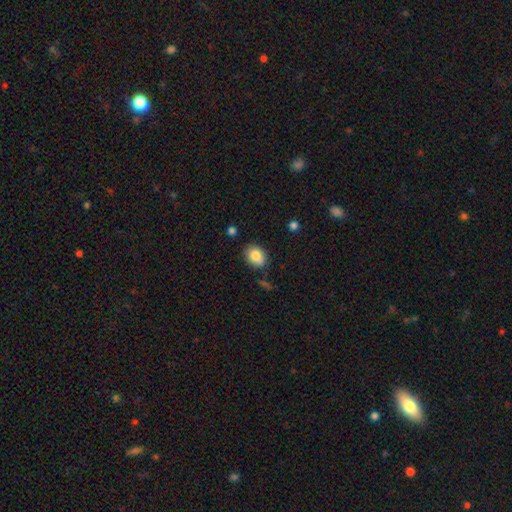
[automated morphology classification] Smooth or featured?
  - smooth: 82% *
  - featured or disk: 9%
  - star or artifact: 9%
How rounded?
  - in between: 57% *
  - round: 42%
  - cigar-shaped: 1%
Merging?
  - none: 74% *
  - minor disturbance: 17%
  - merger: 5%
  - major disturbance: 3%